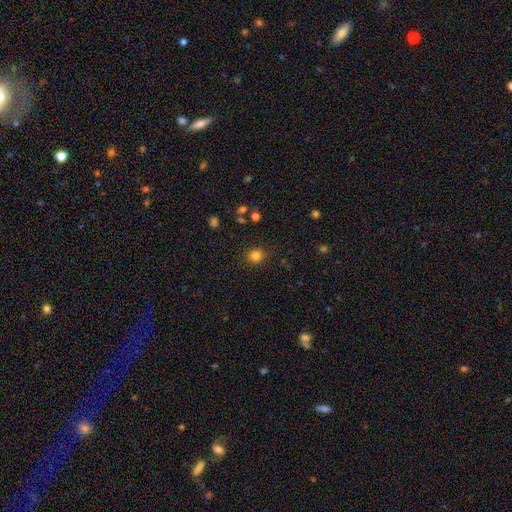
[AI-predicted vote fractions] Overall: smooth (81%). How rounded: round (83%). Merging: none (87%).